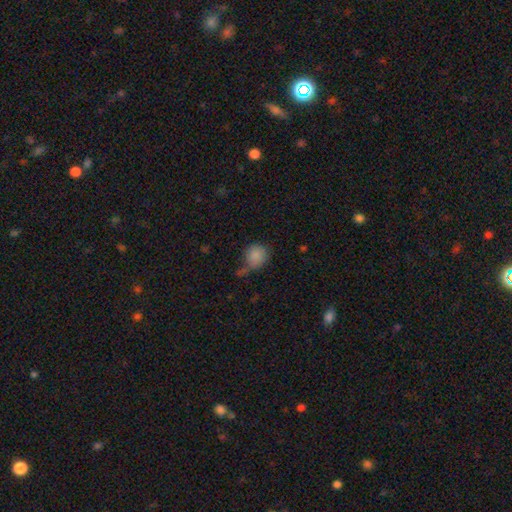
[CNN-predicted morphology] Smooth or featured: smooth — 85% (star or artifact — 10%)
How rounded: round — 79% (in between — 19%)
Merging: none — 55% (minor disturbance — 23%)